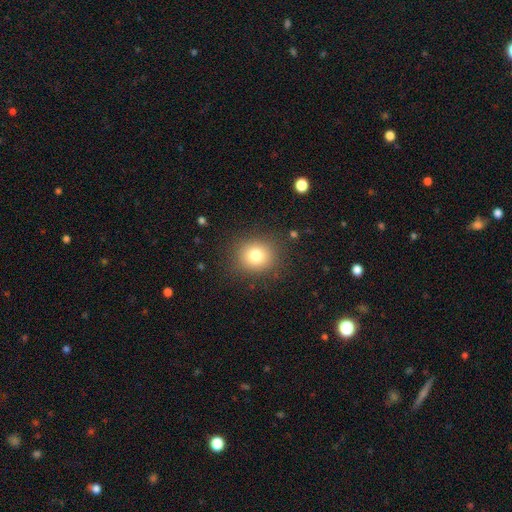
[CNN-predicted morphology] smooth 79%, star or artifact 12%, featured or disk 9%. Down the decision tree: how rounded — round (81%); merging — none (87%).